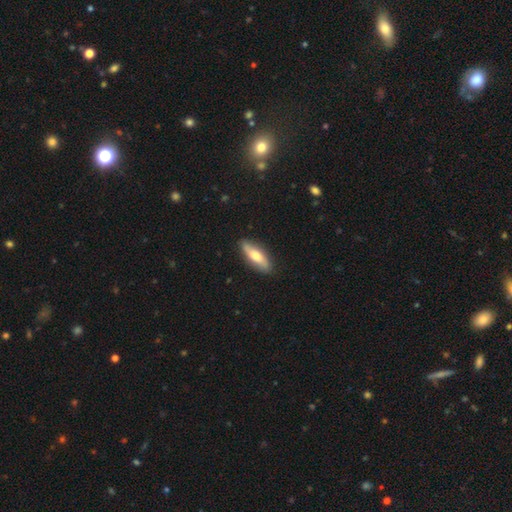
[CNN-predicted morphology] This is likely a smooth galaxy (61%). How rounded: possibly in between (51%). Merging: clearly none (87%).